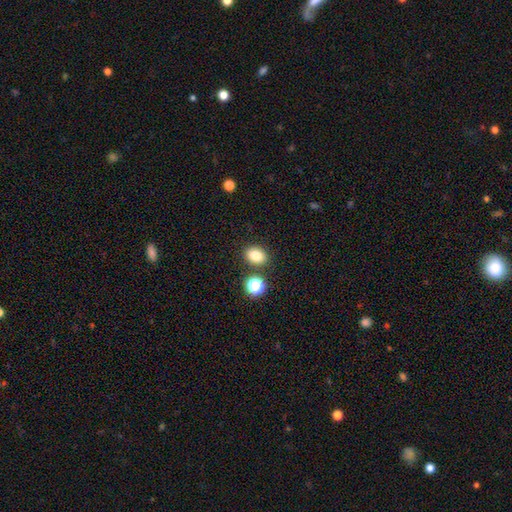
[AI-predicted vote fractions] Overall: smooth (81%). How rounded: in between (58%; round 41%). Merging: none (83%).